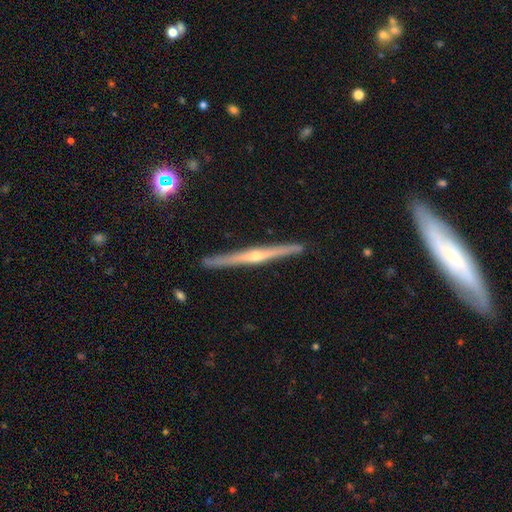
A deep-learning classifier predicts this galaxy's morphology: Q: Smooth or featured?
A: featured or disk (82%); runner-up: smooth (13%)
Q: Edge-on disk?
A: yes (98%); runner-up: no (2%)
Q: Edge-on bulge?
A: rounded (83%); runner-up: none (14%)
Q: Merging?
A: none (92%); runner-up: minor disturbance (6%)